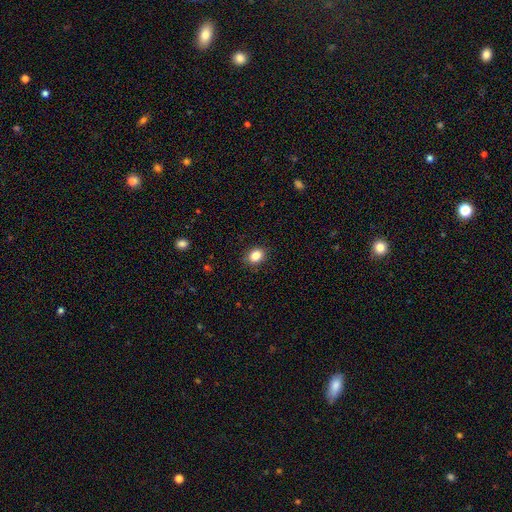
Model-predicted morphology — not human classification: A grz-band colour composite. It shows a smooth galaxy with no disk features (86%) that is in between round and cigar-shaped (60%). Merging: none (89%).